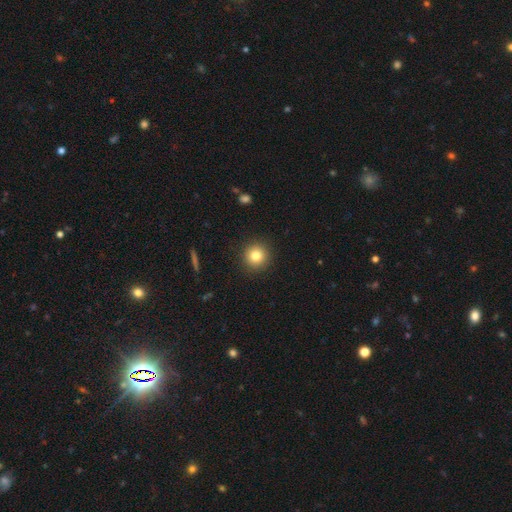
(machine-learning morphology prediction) smooth_or_featured: smooth (p=0.81) [alt: star or artifact p=0.11]
how_rounded: round (p=0.94) [alt: in between p=0.05]
merging: none (p=0.91) [alt: minor disturbance p=0.06]